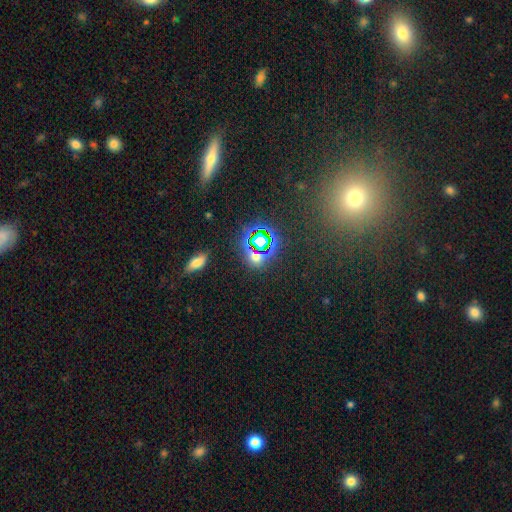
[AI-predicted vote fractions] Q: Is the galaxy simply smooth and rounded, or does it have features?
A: star or artifact — 61%.